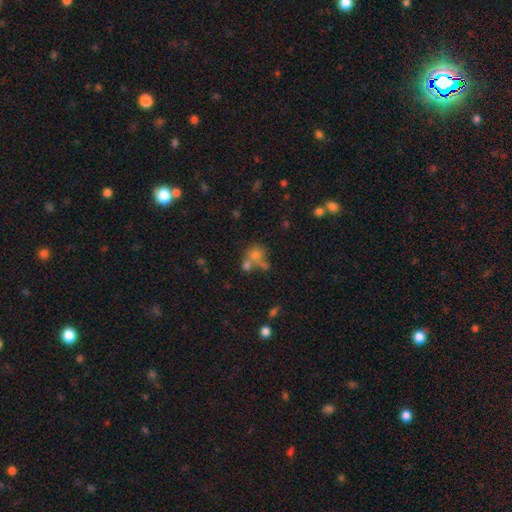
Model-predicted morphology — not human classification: Overall: smooth (62%). How rounded: round (76%). Merging: merger (46%; none 38%).